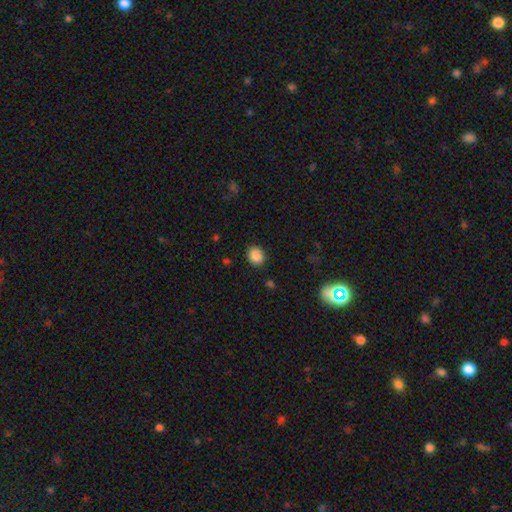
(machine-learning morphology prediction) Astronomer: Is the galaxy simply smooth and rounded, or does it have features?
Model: smooth — 87%.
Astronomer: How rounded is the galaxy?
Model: round — 62%.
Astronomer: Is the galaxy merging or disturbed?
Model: none — 89%.